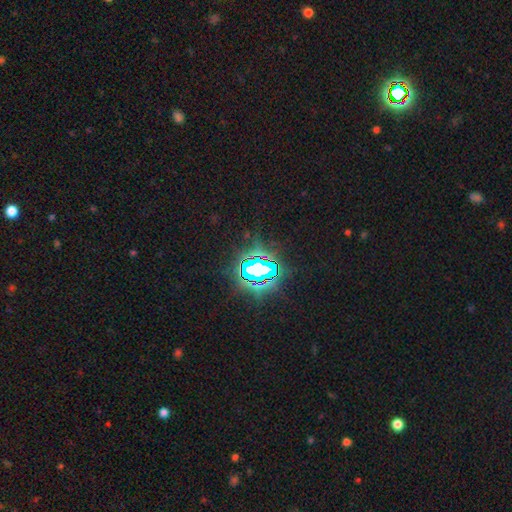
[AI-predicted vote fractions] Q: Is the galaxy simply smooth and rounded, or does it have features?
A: star or artifact — 79%.